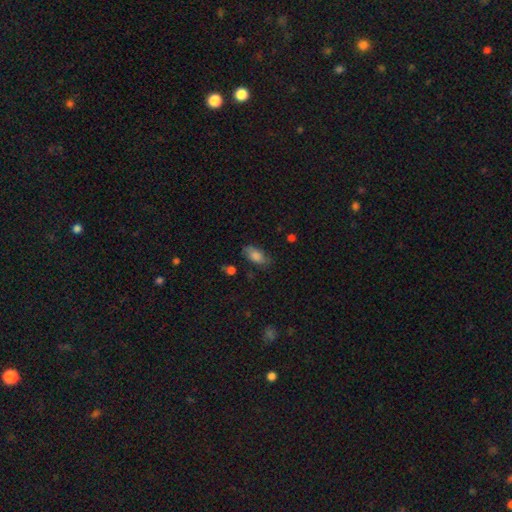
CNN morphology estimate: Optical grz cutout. It shows a smooth galaxy with no disk features (81%) that is in between round and cigar-shaped (89%). Merging: none (72%).